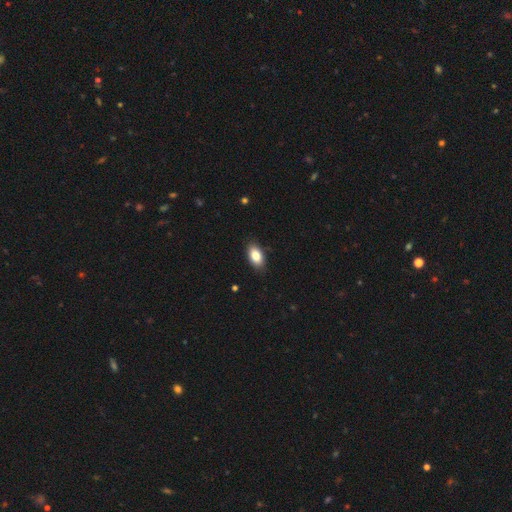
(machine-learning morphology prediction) This appears to be a smooth galaxy with no disk features (85%) that is in between round and cigar-shaped (92%). Merging: none (88%).